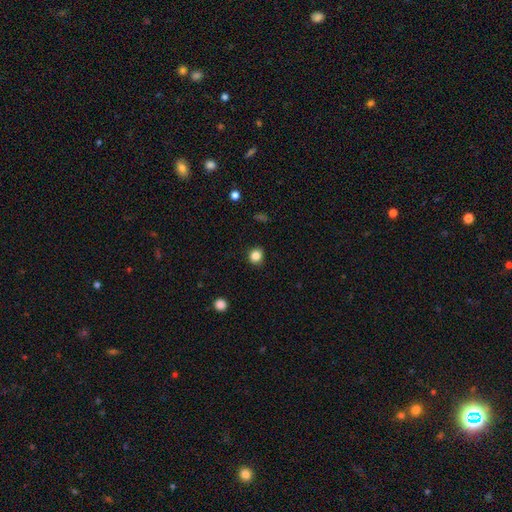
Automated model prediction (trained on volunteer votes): Smooth or featured: smooth — 85% (star or artifact — 12%)
How rounded: round — 84% (in between — 15%)
Merging: none — 88% (minor disturbance — 8%)